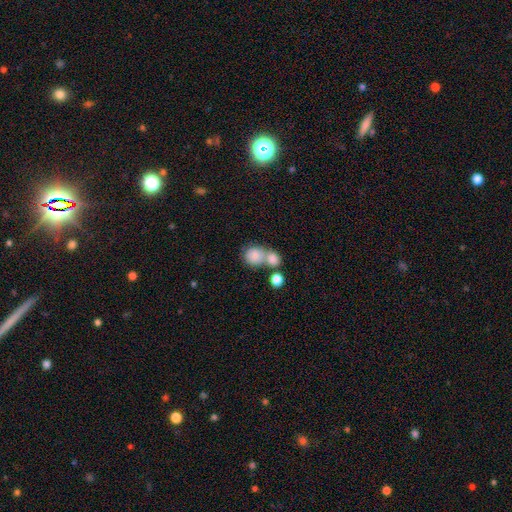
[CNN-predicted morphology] This is clearly a smooth galaxy (81%). How rounded: likely round (76%). Merging: possibly merger (56%).